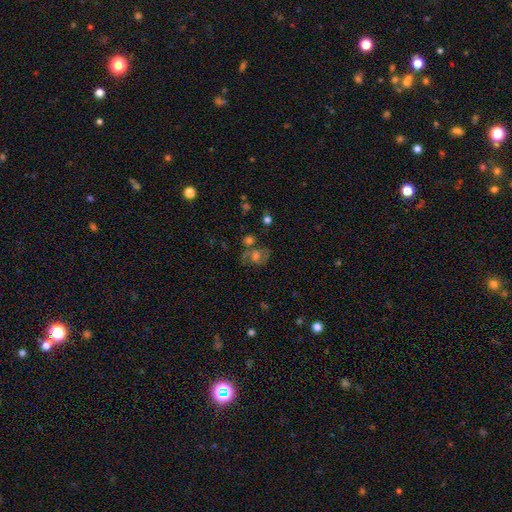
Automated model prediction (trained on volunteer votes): smooth-or-featured: featured or disk: 43% | smooth: 41% | star or artifact: 16%
  merging: none: 49% | merger: 22% | minor disturbance: 17% | major disturbance: 12%